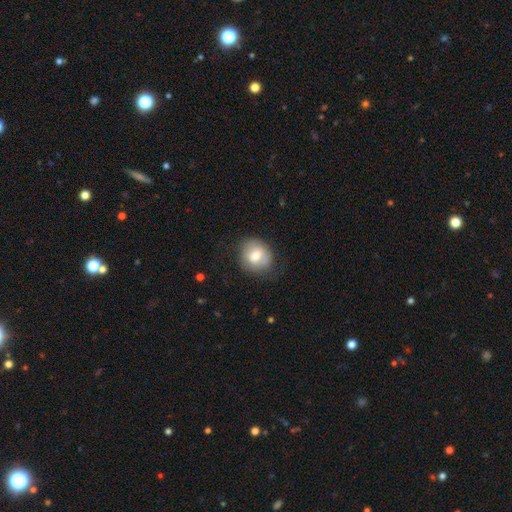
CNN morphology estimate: A smooth galaxy with no disk features (71%) that is round (74%).

Vote fractions:
- Smooth or featured? smooth: 71% / featured or disk: 21% / star or artifact: 8%
- How rounded? round: 74% / in between: 25% / cigar-shaped: 1%
- Merging? none: 73% / minor disturbance: 19% / major disturbance: 6% / merger: 1%